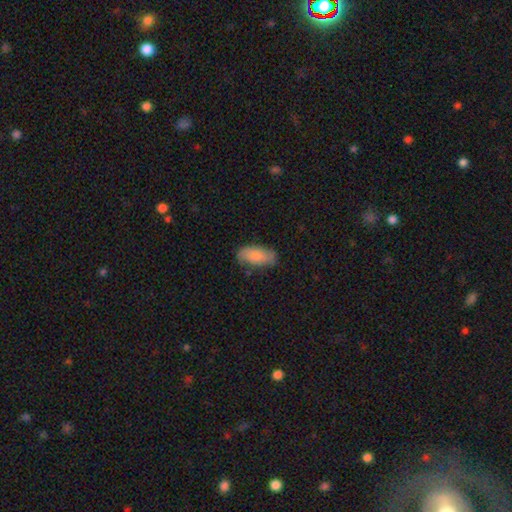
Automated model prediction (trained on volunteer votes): smooth_or_featured: smooth (p=0.82) [alt: featured or disk p=0.12]
how_rounded: in between (p=0.89) [alt: cigar-shaped p=0.08]
merging: none (p=0.71) [alt: minor disturbance p=0.22]